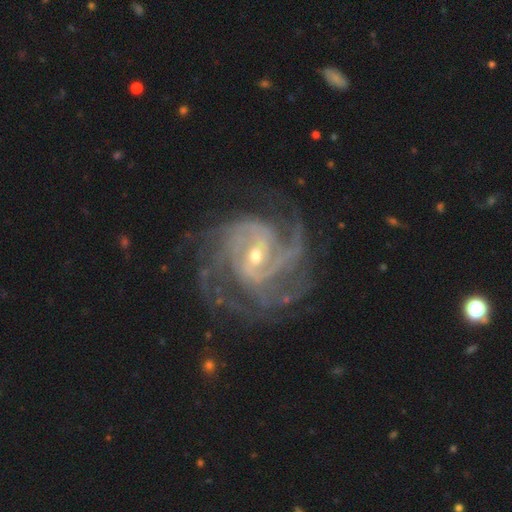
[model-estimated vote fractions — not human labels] Smooth or featured: featured or disk — 92% (star or artifact — 5%)
Edge-on disk: no — 98% (yes — 2%)
Bar: weak — 48% (strong — 26%)
Spiral arms: yes — 98% (no — 2%)
Spiral winding: tight — 50% (medium — 42%)
Spiral arm count: 3 — 28% (2 — 23%)
Bulge size: small — 57% (moderate — 39%)
Merging: none — 70% (minor disturbance — 16%)